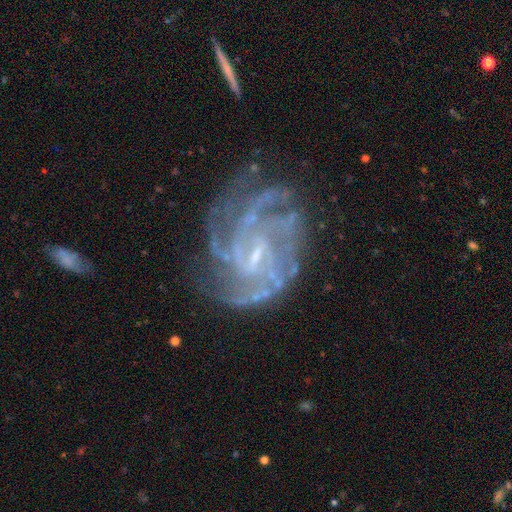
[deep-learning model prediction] Smooth or featured?
  - featured or disk: 88% *
  - star or artifact: 7%
  - smooth: 5%
Edge-on disk?
  - no: 98% *
  - yes: 2%
Bar?
  - weak: 52% *
  - no: 30%
  - strong: 18%
Spiral arms?
  - yes: 96% *
  - no: 4%
Spiral winding?
  - tight: 54% *
  - medium: 37%
  - loose: 9%
Spiral arm count?
  - 4: 29% *
  - can't tell: 23%
  - 3: 19%
  - more than 4: 12%
  - 2: 10%
  - 1: 8%
Bulge size?
  - small: 71% *
  - moderate: 14%
  - none: 13%
  - large: 1%
  - dominant: 1%
Merging?
  - none: 64% *
  - minor disturbance: 19%
  - major disturbance: 15%
  - merger: 3%